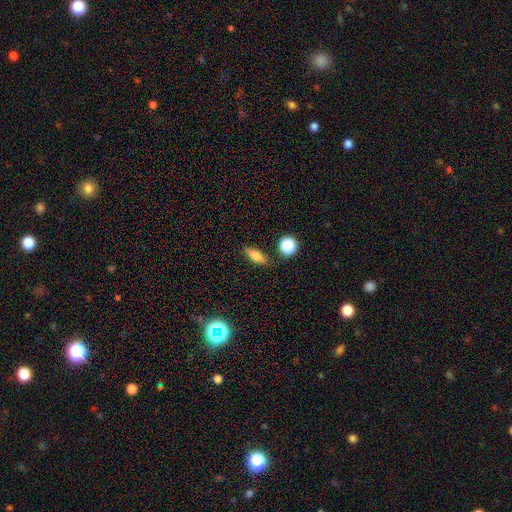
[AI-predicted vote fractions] This appears to be a smooth galaxy with no disk features (75%) that is in between round and cigar-shaped (67%). Merging: none (83%).